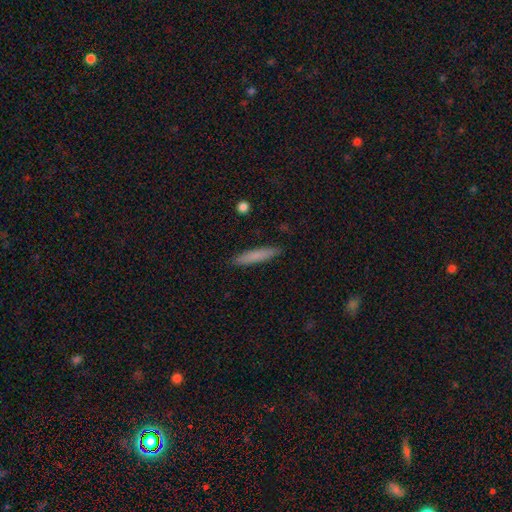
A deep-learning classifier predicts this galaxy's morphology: Smooth or featured?
  - smooth: 80% *
  - featured or disk: 14%
  - star or artifact: 6%
How rounded?
  - cigar-shaped: 91% *
  - in between: 7%
  - round: 1%
Merging?
  - none: 90% *
  - minor disturbance: 8%
  - major disturbance: 2%
  - merger: 1%